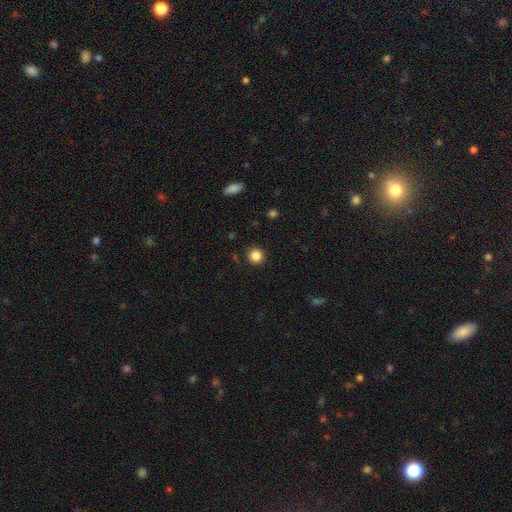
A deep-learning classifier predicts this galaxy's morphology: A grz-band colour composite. It shows a smooth galaxy with no disk features (85%) that is round (93%). Merging: none (90%).